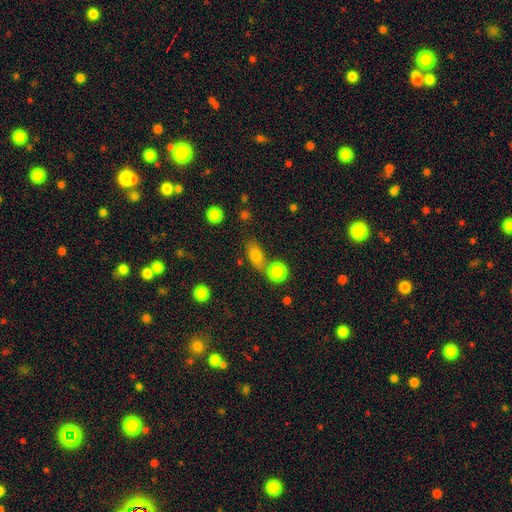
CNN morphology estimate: smooth-or-featured: smooth: 79% | featured or disk: 11% | star or artifact: 11%
  how-rounded: in between: 75% | round: 18% | cigar-shaped: 7%
  merging: none: 51% | merger: 31% | minor disturbance: 13% | major disturbance: 6%